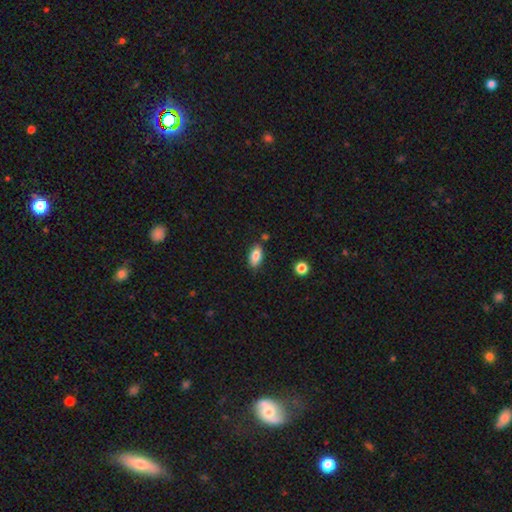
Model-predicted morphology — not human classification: Q: Smooth or featured?
A: smooth (85%); runner-up: star or artifact (8%)
Q: How rounded?
A: in between (87%); runner-up: cigar-shaped (10%)
Q: Merging?
A: none (82%); runner-up: minor disturbance (12%)